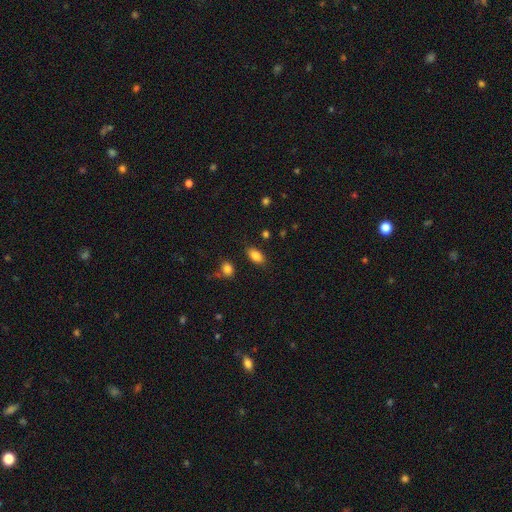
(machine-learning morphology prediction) A smooth galaxy with no disk features (85%) that is in between round and cigar-shaped (90%). Merging: none (84%).